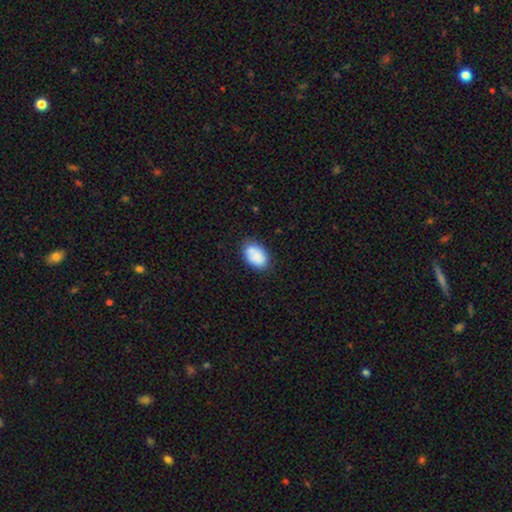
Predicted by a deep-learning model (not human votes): A smooth galaxy with no disk features (81%) that is in between round and cigar-shaped (88%). Merging: none (70%).